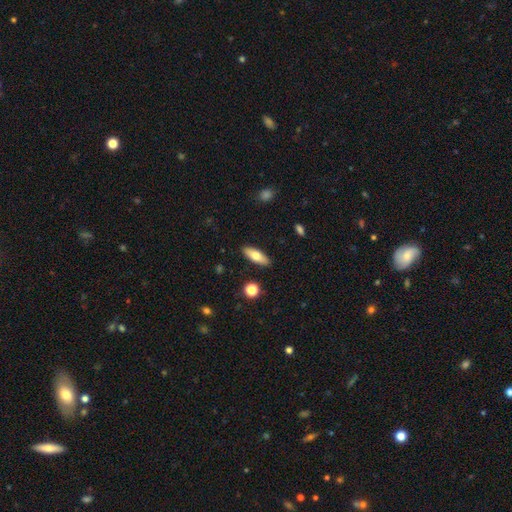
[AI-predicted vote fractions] Smooth or featured? Predicted: smooth (p=0.69). How rounded? Predicted: in between (p=0.63). Merging? Predicted: none (p=0.89).